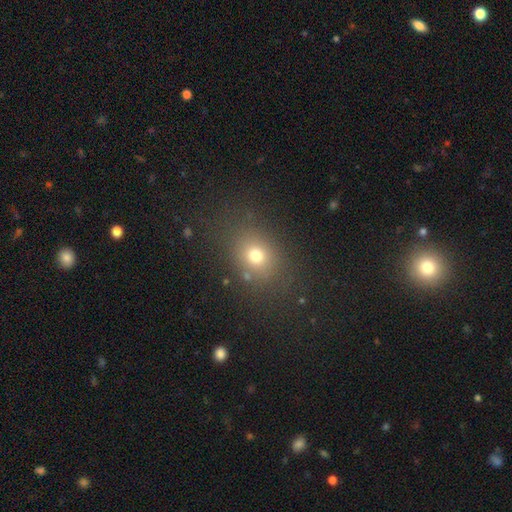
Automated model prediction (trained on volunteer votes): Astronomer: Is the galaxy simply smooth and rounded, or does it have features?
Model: smooth — 73%.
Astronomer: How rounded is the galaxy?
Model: round — 54% (runner-up: in between, 44%).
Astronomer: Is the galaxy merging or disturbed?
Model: none — 79%.